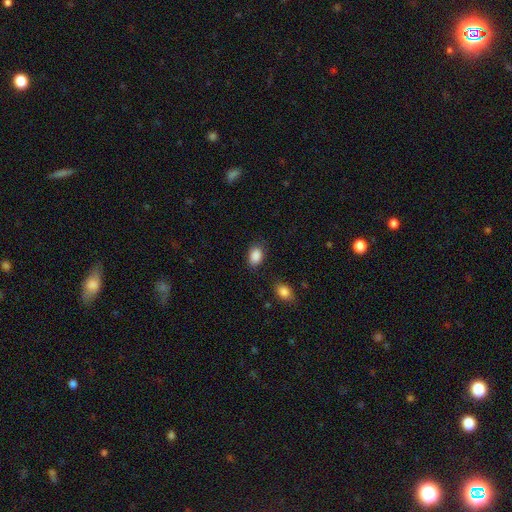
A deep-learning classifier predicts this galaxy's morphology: This appears to be a smooth galaxy with no disk features (89%) that is in between round and cigar-shaped (79%). Merging: none (80%).